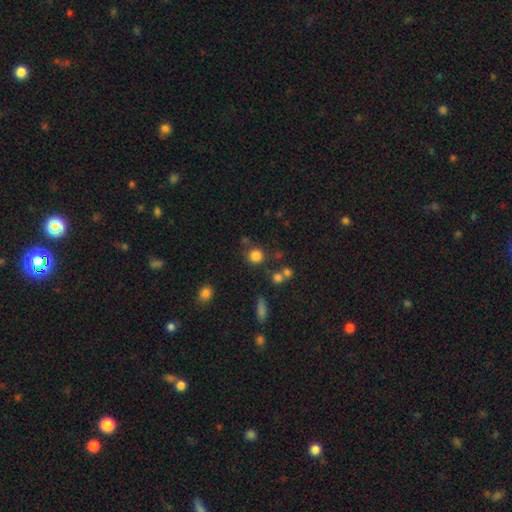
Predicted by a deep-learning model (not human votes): This appears to be a smooth galaxy with no disk features (81%) that is round (91%). Merging: none (74%).